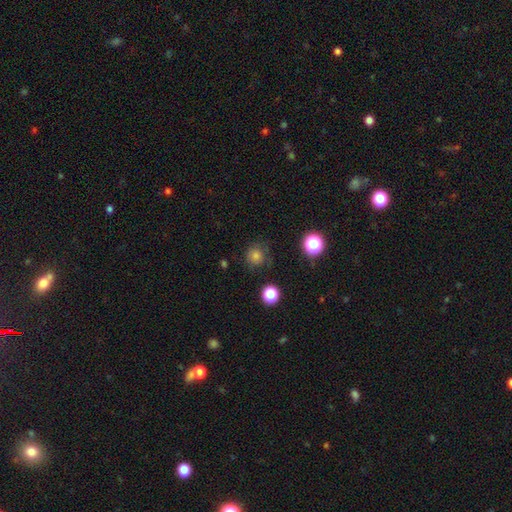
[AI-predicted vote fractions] Overall: smooth (75%). How rounded: round (91%). Merging: none (75%).